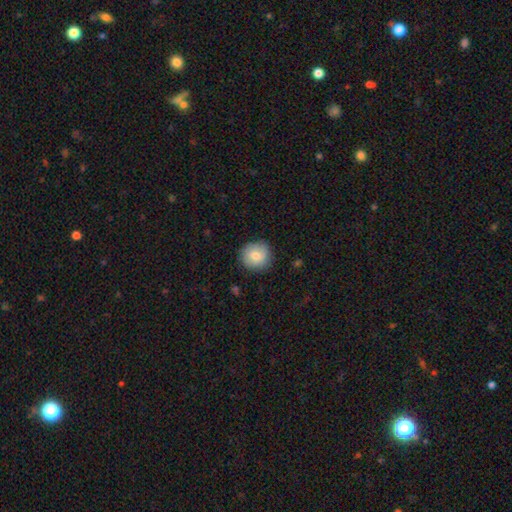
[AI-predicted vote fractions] A smooth galaxy with no disk features (80%) that is round (83%). Merging: none (85%).